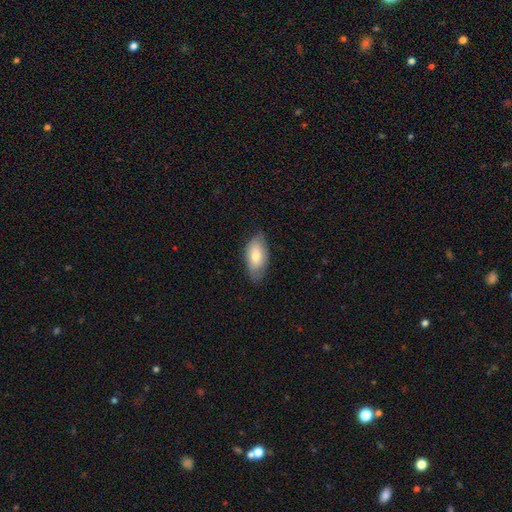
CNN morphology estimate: Smooth or featured? Predicted: smooth (p=0.71). How rounded? Predicted: in between (p=0.93). Merging? Predicted: none (p=0.75).